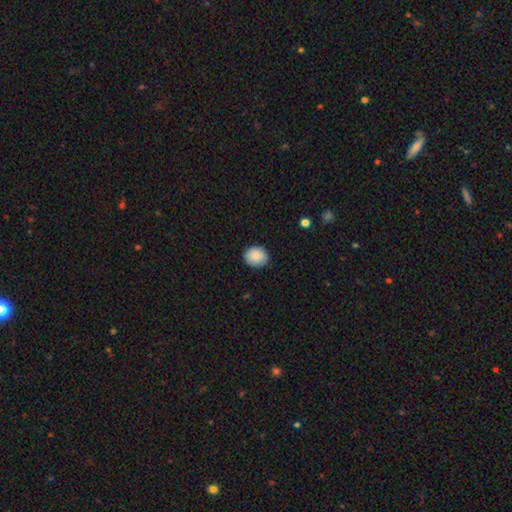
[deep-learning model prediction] Smooth or featured: smooth — 88% (star or artifact — 7%)
How rounded: round — 70% (in between — 30%)
Merging: none — 87% (minor disturbance — 10%)